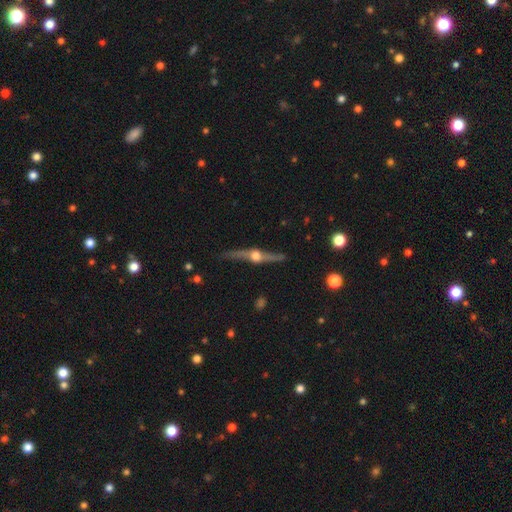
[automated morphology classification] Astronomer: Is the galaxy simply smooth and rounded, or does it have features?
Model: featured or disk — 85%.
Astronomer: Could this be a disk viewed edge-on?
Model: yes — 97%.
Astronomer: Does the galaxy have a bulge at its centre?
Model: rounded — 97%.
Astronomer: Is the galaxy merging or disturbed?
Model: none — 85%.